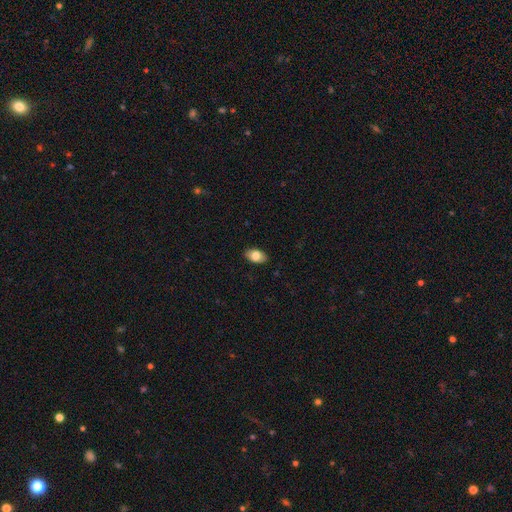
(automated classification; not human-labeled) Smooth or featured? Predicted: smooth (p=0.80). How rounded? Predicted: in between (p=0.91). Merging? Predicted: none (p=0.89).